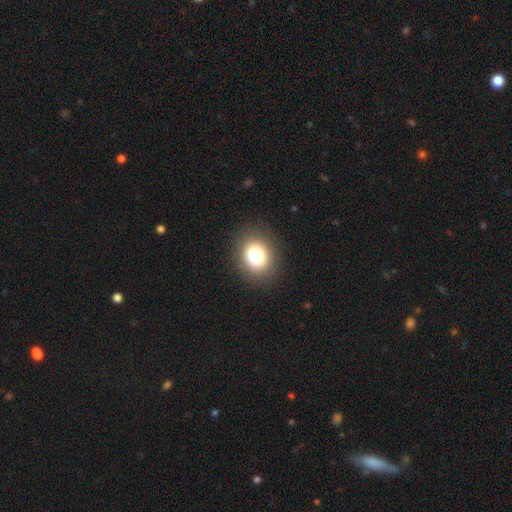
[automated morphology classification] Overall: smooth (84%). How rounded: round (56%; in between 43%). Merging: none (88%).